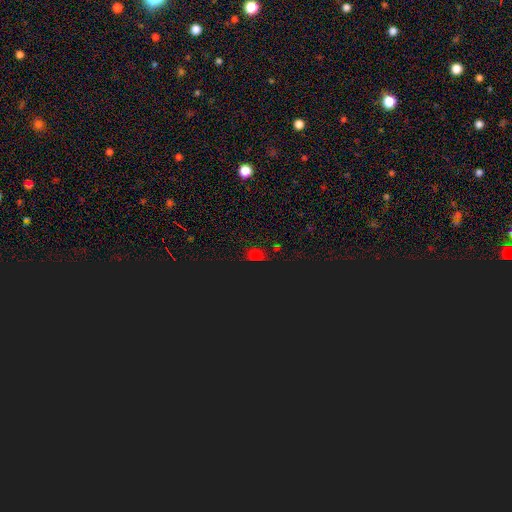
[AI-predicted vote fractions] A star or artifact, not a galaxy (55%).

Vote fractions:
- Smooth or featured? star or artifact: 55% / smooth: 38% / featured or disk: 7%